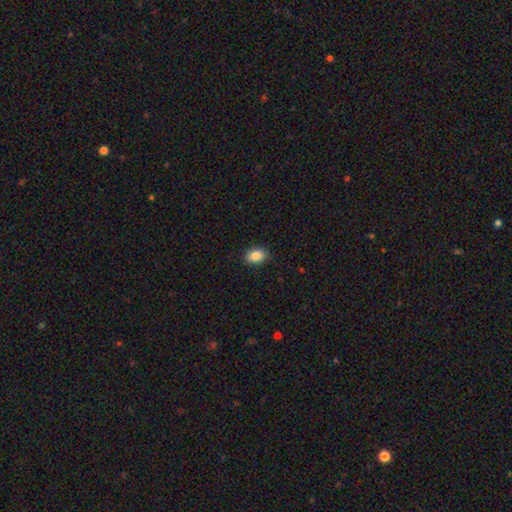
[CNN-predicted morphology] type=smooth (88%); roundness=in between (81%); merging=none (88%).